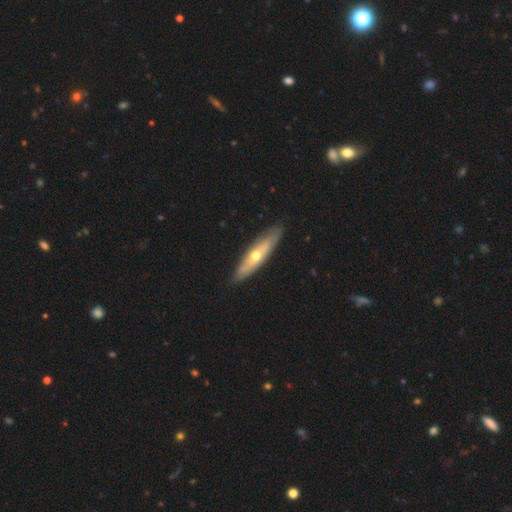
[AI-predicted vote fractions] A featured or disk galaxy (55%) viewed edge-on (66%).

Vote fractions:
- Smooth or featured? featured or disk: 55% / smooth: 40% / star or artifact: 5%
- Edge-on disk? yes: 66% / no: 34%
- Merging? none: 88% / minor disturbance: 9% / major disturbance: 2% / merger: 1%